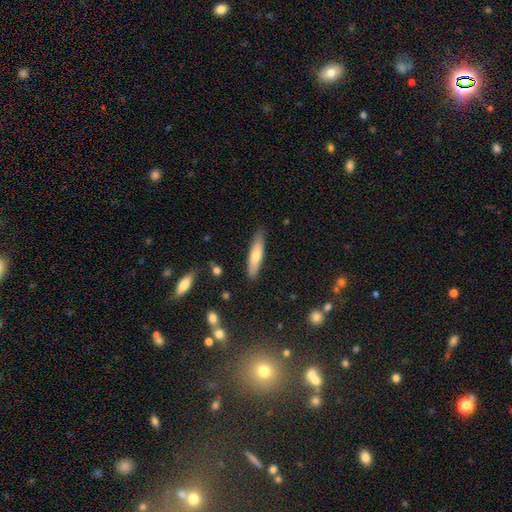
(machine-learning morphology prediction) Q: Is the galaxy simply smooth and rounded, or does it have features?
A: smooth — 64%.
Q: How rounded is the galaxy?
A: cigar-shaped — 75%.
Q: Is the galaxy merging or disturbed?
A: none — 85%.